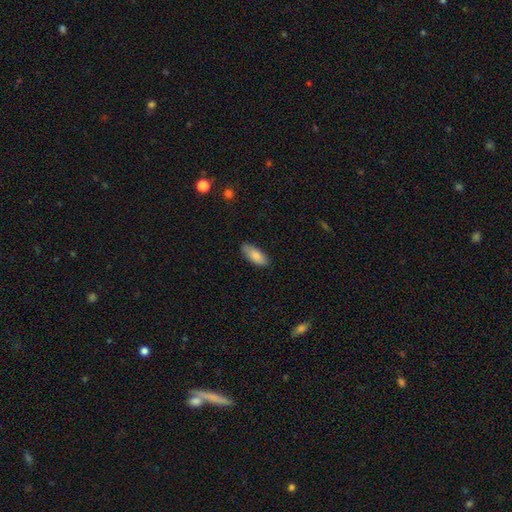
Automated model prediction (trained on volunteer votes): Smooth or featured? Predicted: smooth (p=0.83). How rounded? Predicted: in between (p=0.80). Merging? Predicted: none (p=0.84).